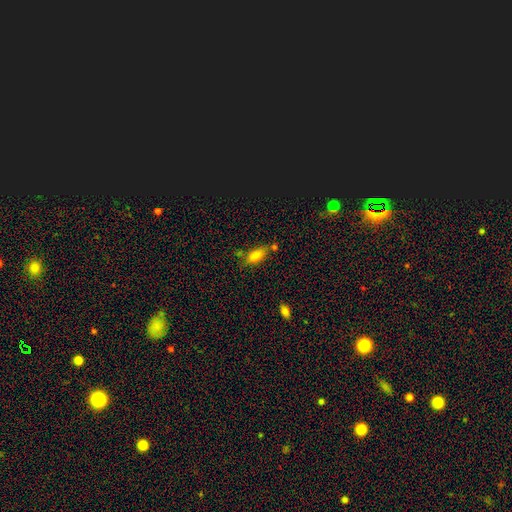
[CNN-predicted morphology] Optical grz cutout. It shows a smooth galaxy with no disk features (79%) that is in between round and cigar-shaped (78%). Merging: none (60%).